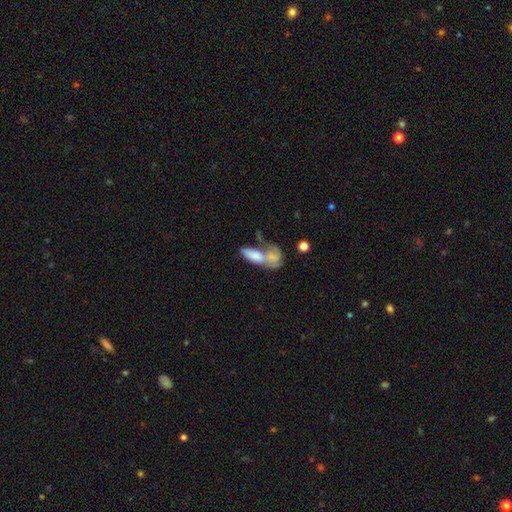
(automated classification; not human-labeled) Smooth or featured?
  - smooth: 69% *
  - featured or disk: 23%
  - star or artifact: 8%
How rounded?
  - in between: 79% *
  - cigar-shaped: 16%
  - round: 5%
Merging?
  - merger: 60% *
  - none: 19%
  - major disturbance: 11%
  - minor disturbance: 10%